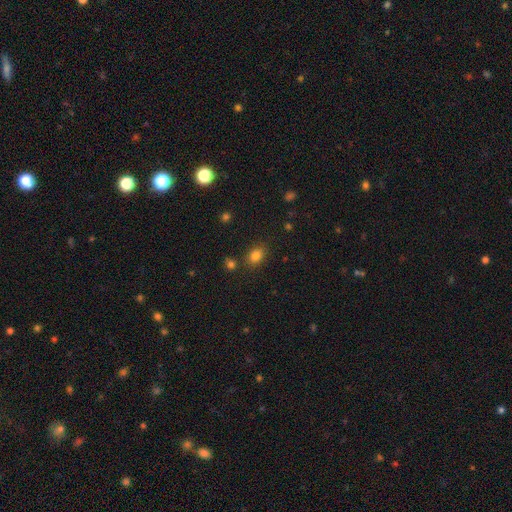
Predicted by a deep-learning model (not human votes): This appears to be a smooth galaxy with no disk features (82%) that is in between round and cigar-shaped (64%). Merging: none (79%).